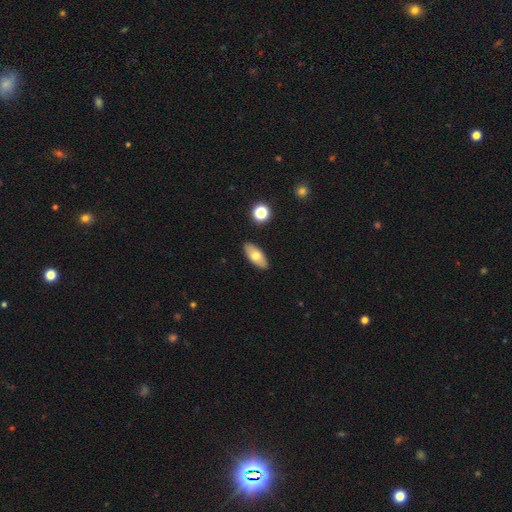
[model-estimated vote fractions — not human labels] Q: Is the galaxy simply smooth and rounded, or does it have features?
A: smooth — 69%.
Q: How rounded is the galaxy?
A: in between — 85%.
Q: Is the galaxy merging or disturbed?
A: none — 88%.